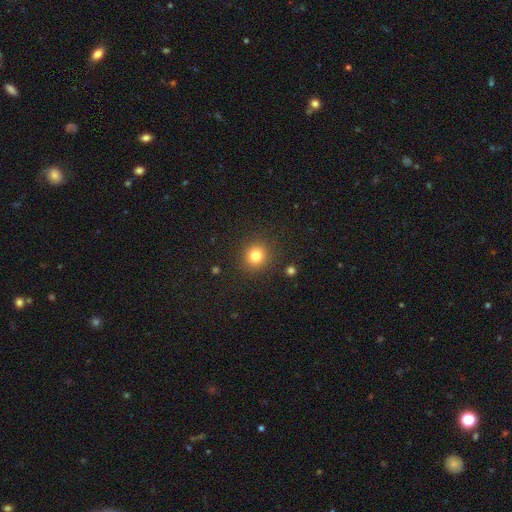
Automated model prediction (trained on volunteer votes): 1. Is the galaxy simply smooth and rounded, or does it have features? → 80% smooth, 13% star or artifact, 6% featured or disk.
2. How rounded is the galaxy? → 89% round, 10% in between, 1% cigar-shaped.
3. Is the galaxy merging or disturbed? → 89% none, 7% minor disturbance, 3% major disturbance, 2% merger.